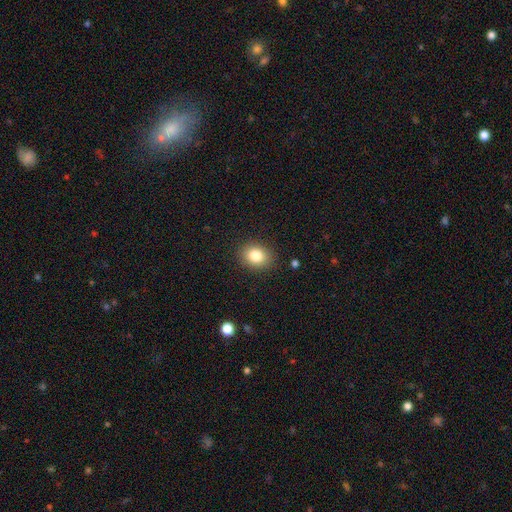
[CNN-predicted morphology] Smooth or featured: smooth — 83% (star or artifact — 10%)
How rounded: round — 50% (in between — 49%)
Merging: none — 87% (minor disturbance — 9%)